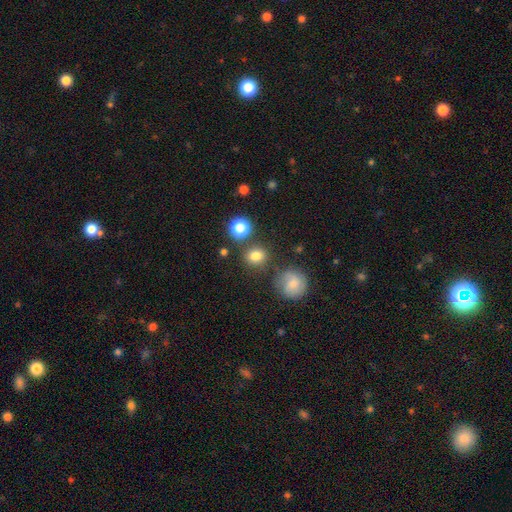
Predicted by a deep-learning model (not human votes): This appears to be a smooth galaxy with no disk features (79%) that is round (76%). Merging: none (76%).